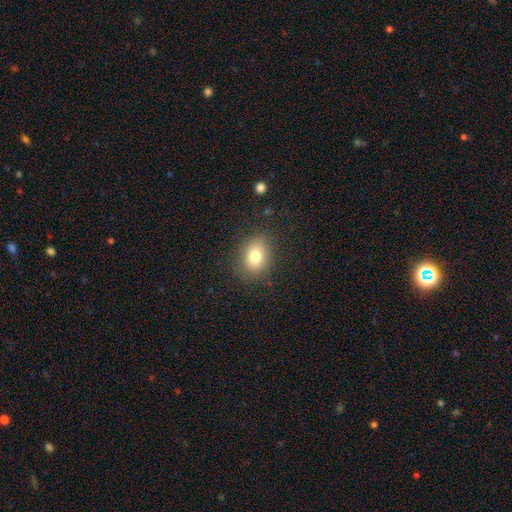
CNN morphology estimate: smooth_or_featured: smooth (p=0.75) [alt: star or artifact p=0.15]
how_rounded: in between (p=0.58) [alt: round p=0.40]
merging: none (p=0.88) [alt: minor disturbance p=0.08]